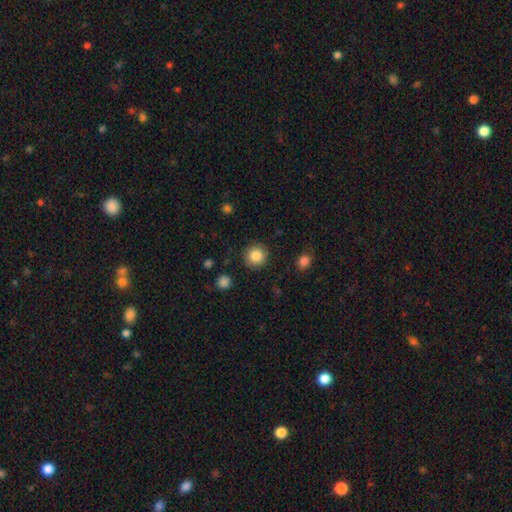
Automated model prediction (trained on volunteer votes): Smooth or featured? Predicted: smooth (p=0.86). How rounded? Predicted: round (p=0.93). Merging? Predicted: none (p=0.90).